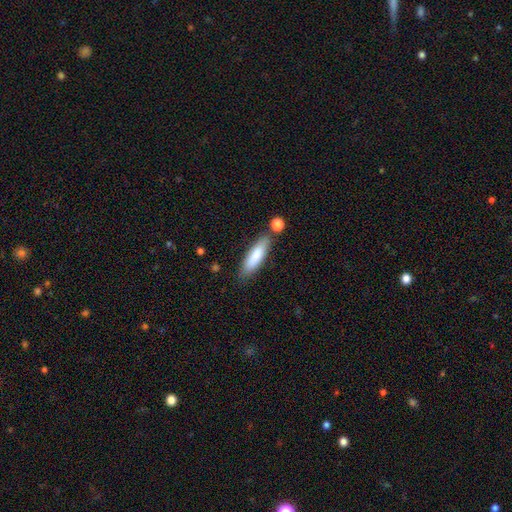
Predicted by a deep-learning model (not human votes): A smooth galaxy with no disk features (81%) that is cigar-shaped (62%).

Vote fractions:
- Smooth or featured? smooth: 81% / featured or disk: 14% / star or artifact: 6%
- How rounded? cigar-shaped: 62% / in between: 37% / round: 2%
- Merging? none: 75% / minor disturbance: 14% / merger: 8% / major disturbance: 3%